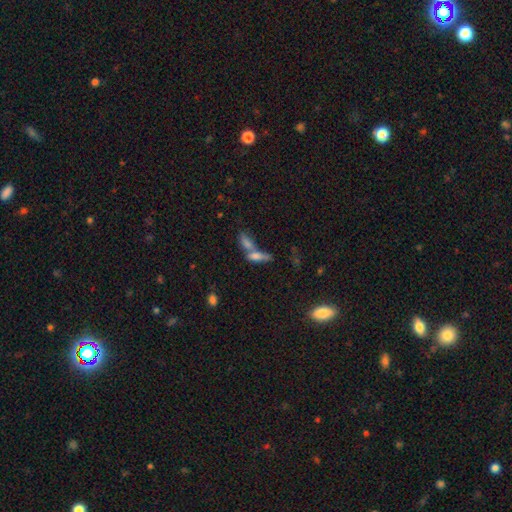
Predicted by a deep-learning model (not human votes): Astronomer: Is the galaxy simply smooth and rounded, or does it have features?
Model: smooth — 65%.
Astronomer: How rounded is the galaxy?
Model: in between — 50% (runner-up: cigar-shaped, 45%).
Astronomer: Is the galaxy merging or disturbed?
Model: merger — 60%.